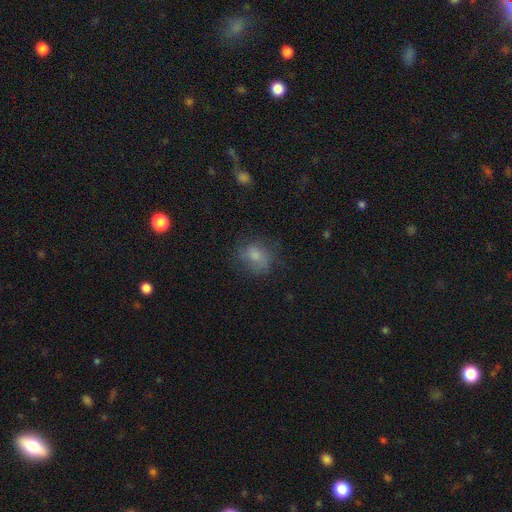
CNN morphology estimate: Overall: smooth (69%). How rounded: round (58%; in between 41%). Merging: none (61%; minor disturbance 23%).